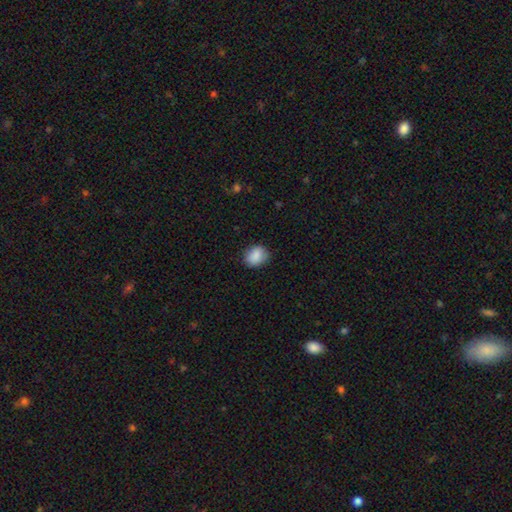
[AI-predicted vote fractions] Smooth or featured? smooth (87%)
How rounded? round (51%)
Merging? none (80%)